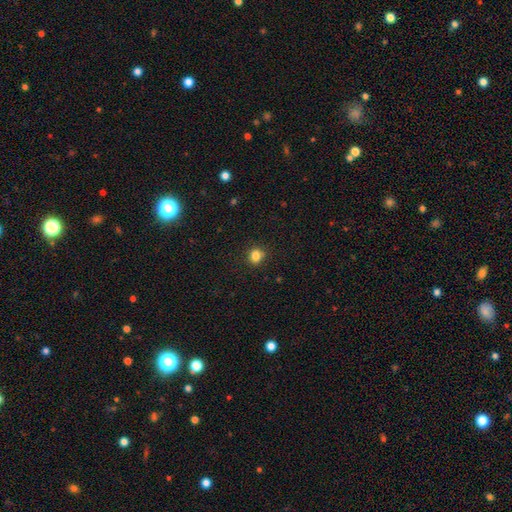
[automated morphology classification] This is clearly a smooth galaxy (82%). How rounded: likely round (79%). Merging: clearly none (85%).